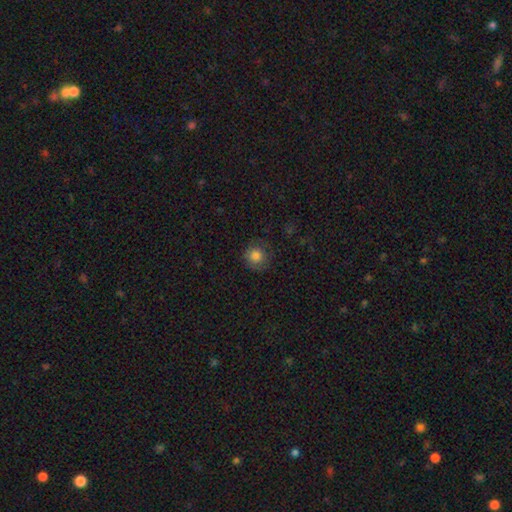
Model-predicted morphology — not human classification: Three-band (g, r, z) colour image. It shows a smooth galaxy with no disk features (81%) that is round (92%). Merging: none (79%).